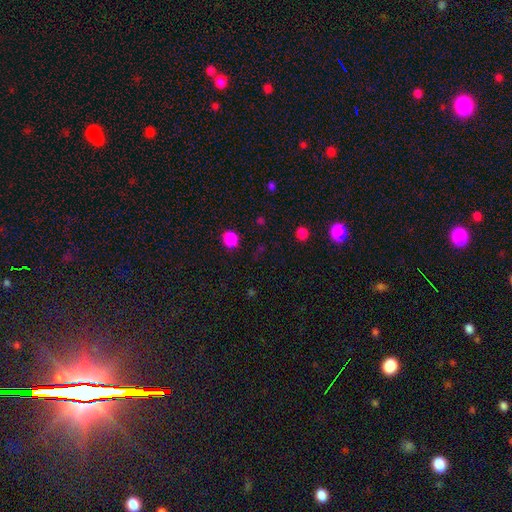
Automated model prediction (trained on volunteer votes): Q: Smooth or featured?
A: smooth (73%); runner-up: star or artifact (23%)
Q: How rounded?
A: round (75%); runner-up: in between (24%)
Q: Merging?
A: none (83%); runner-up: minor disturbance (10%)